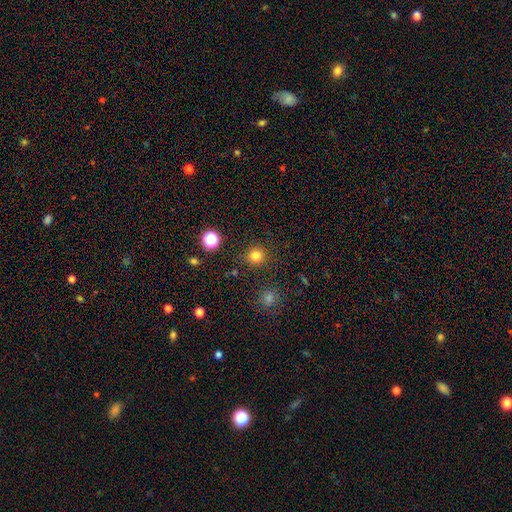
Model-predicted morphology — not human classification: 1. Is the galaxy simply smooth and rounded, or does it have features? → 79% smooth, 16% star or artifact, 5% featured or disk.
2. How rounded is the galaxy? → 94% round, 5% in between, 1% cigar-shaped.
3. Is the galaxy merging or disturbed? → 88% none, 7% minor disturbance, 3% major disturbance, 2% merger.